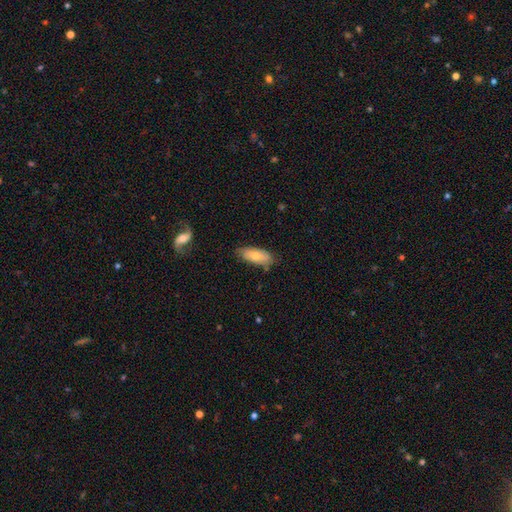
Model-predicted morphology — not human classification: type=smooth (70%); roundness=in between (81%); merging=none (76%).